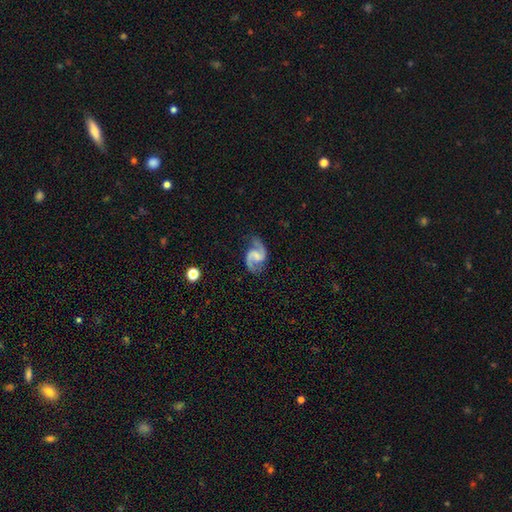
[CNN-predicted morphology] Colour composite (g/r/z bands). It shows a featured or disk galaxy (90%) with a weak bar (49%), 2 (94%) medium (53%) spiral arms (98%) and no central bulge (49%). Merging: none (78%).